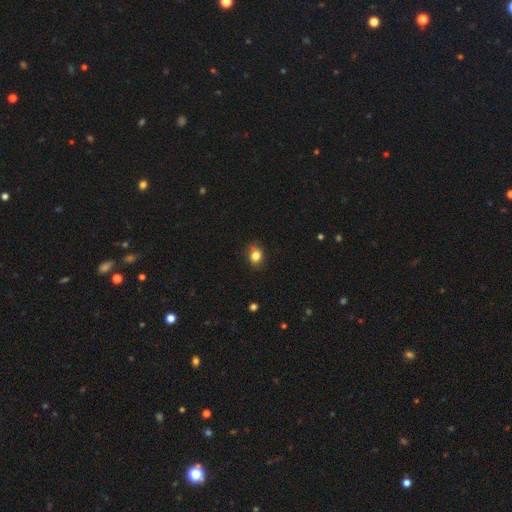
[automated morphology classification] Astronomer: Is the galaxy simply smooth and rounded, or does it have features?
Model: smooth — 83%.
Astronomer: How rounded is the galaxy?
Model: round — 53% (runner-up: in between, 46%).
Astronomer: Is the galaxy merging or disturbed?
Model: none — 77%.